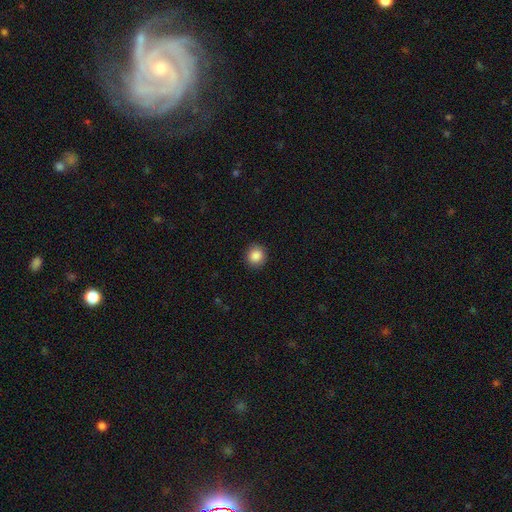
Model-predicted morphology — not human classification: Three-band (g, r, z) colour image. It shows a smooth galaxy with no disk features (87%) that is round (90%). Merging: none (90%).